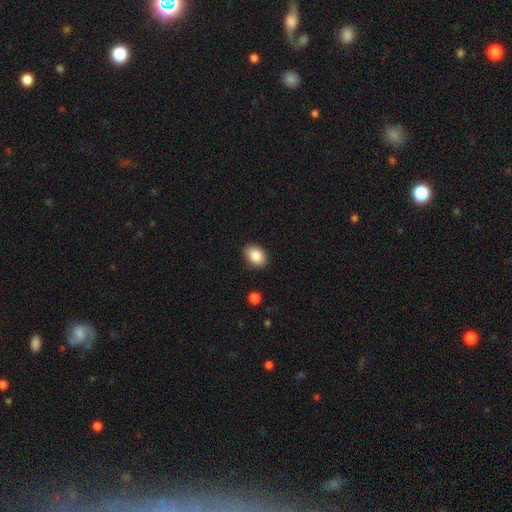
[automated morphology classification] Smooth or featured? smooth (86%)
How rounded? in between (76%)
Merging? none (86%)